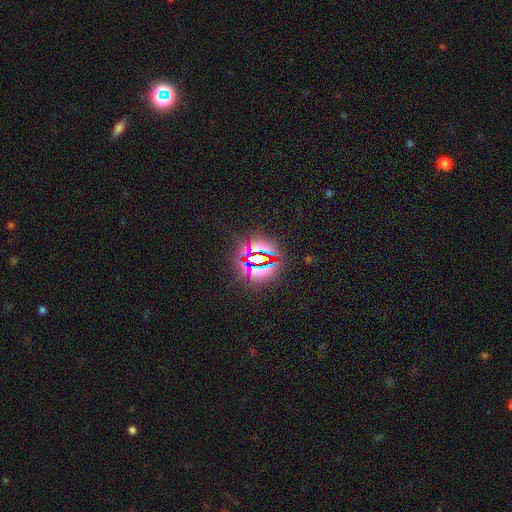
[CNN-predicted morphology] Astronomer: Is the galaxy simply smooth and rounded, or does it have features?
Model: star or artifact — 79%.